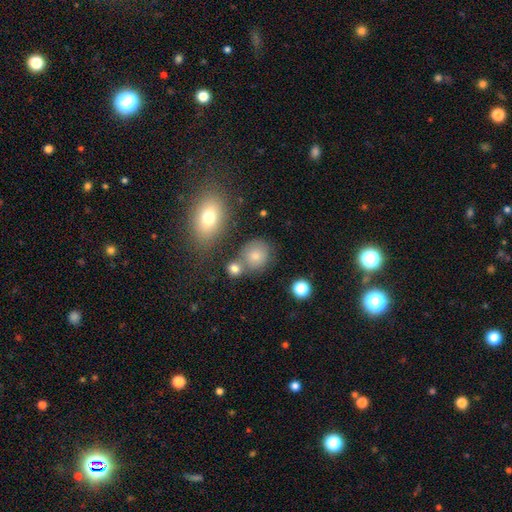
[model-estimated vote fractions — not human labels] Overall: smooth (75%). How rounded: round (75%). Merging: none (61%; merger 22%).